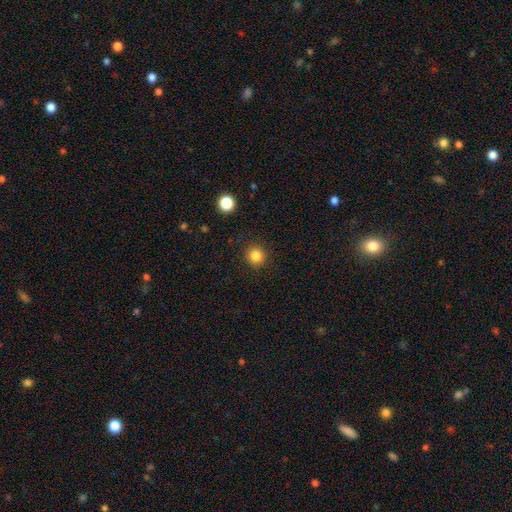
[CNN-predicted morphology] smooth 84%, star or artifact 12%, featured or disk 5%. Down the decision tree: how rounded — round (93%); merging — none (91%).